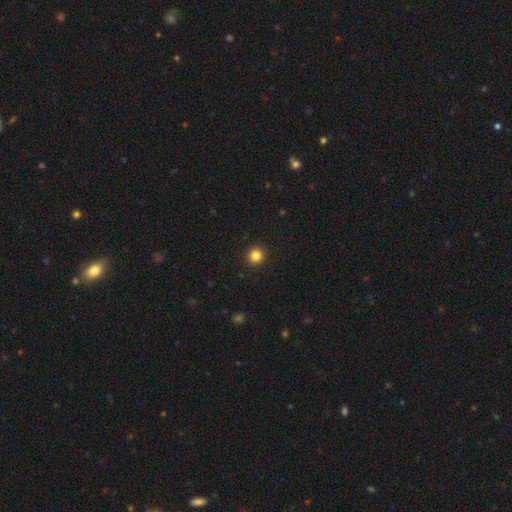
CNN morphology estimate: Smooth or featured: smooth — 83% (star or artifact — 12%)
How rounded: round — 95% (in between — 4%)
Merging: none — 93% (minor disturbance — 4%)